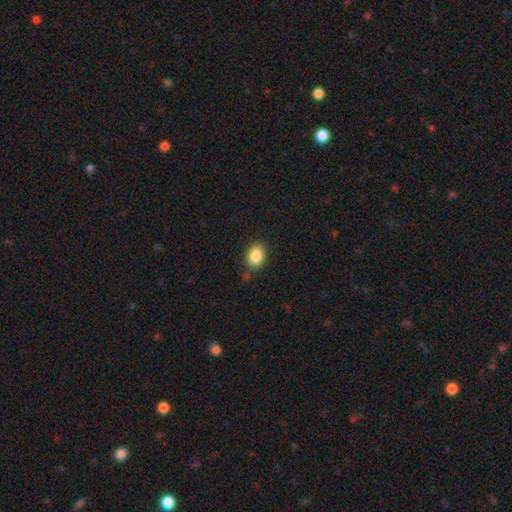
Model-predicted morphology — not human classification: Overall: smooth (86%). How rounded: in between (67%; round 32%). Merging: none (79%).